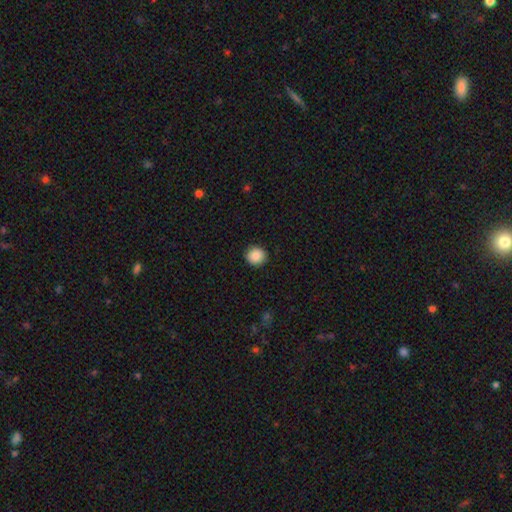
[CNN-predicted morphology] Q: Smooth or featured?
A: smooth (88%); runner-up: star or artifact (8%)
Q: How rounded?
A: round (89%); runner-up: in between (10%)
Q: Merging?
A: none (90%); runner-up: minor disturbance (7%)